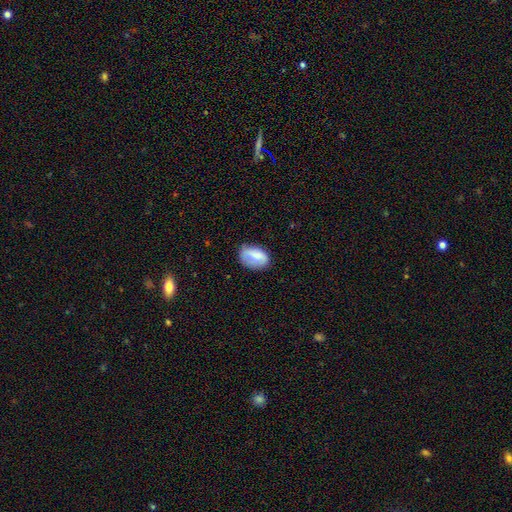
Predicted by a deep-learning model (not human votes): Smooth or featured? Predicted: smooth (p=0.74). How rounded? Predicted: in between (p=0.84). Merging? Predicted: none (p=0.57).